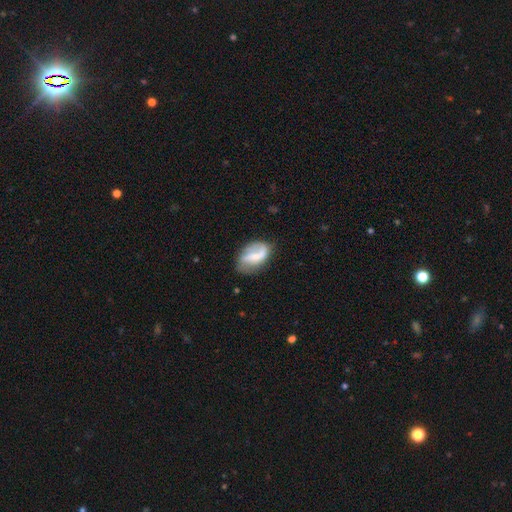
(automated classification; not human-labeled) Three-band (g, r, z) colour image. It shows a featured or disk galaxy (56%) with a weak bar (42%), spiral arms (78%) and a small central bulge (42%). Merging: none (56%).